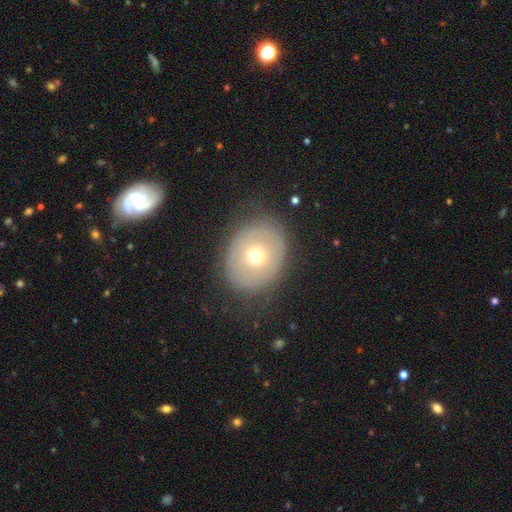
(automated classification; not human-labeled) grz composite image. It shows a smooth galaxy with no disk features (53%) that is round (53%). Merging: none (77%).